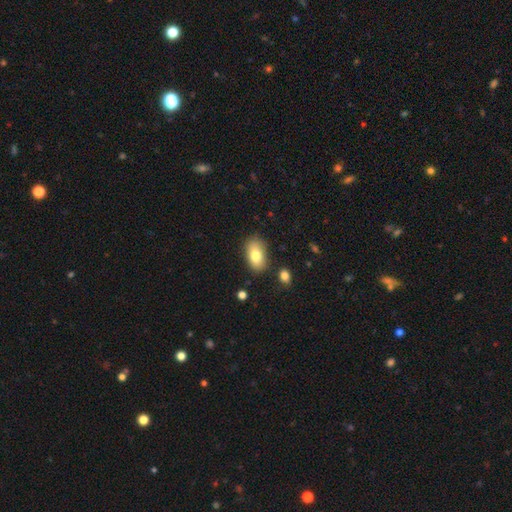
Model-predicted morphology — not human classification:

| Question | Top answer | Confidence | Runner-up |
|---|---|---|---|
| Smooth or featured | smooth | 79% | featured or disk (13%) |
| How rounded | in between | 91% | round (7%) |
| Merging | none | 79% | minor disturbance (14%) |